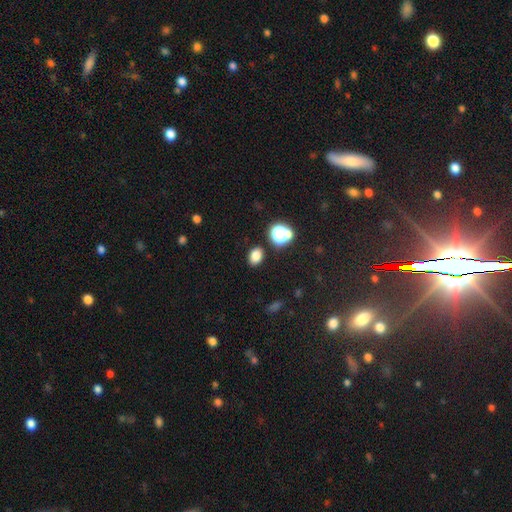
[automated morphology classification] Smooth or featured? smooth (79%)
How rounded? in between (67%)
Merging? none (85%)